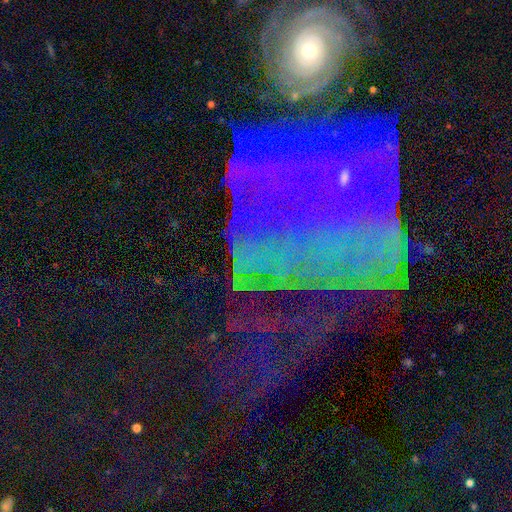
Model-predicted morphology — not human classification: A featured or disk galaxy (47%).

Vote fractions:
- Smooth or featured? featured or disk: 47% / star or artifact: 35% / smooth: 18%
- Merging? none: 40% / major disturbance: 30% / merger: 16% / minor disturbance: 15%